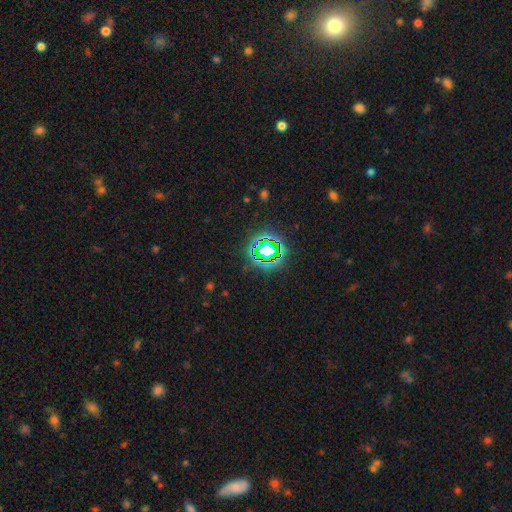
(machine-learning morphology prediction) star or artifact 77%, smooth 17%, featured or disk 7%.